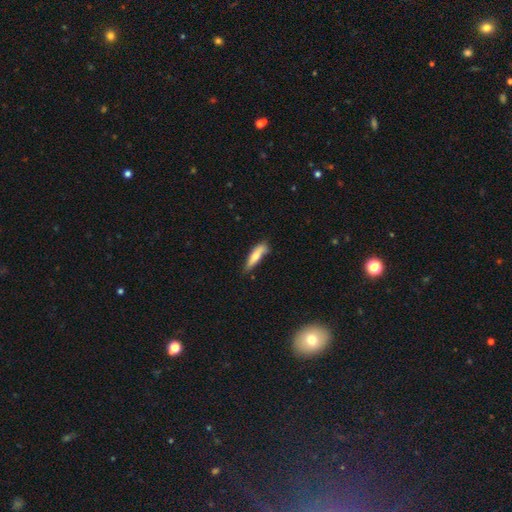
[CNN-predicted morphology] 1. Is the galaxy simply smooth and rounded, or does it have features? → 72% smooth, 22% featured or disk, 6% star or artifact.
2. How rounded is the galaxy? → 70% cigar-shaped, 28% in between, 2% round.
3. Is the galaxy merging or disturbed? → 61% none, 28% minor disturbance, 6% major disturbance, 5% merger.